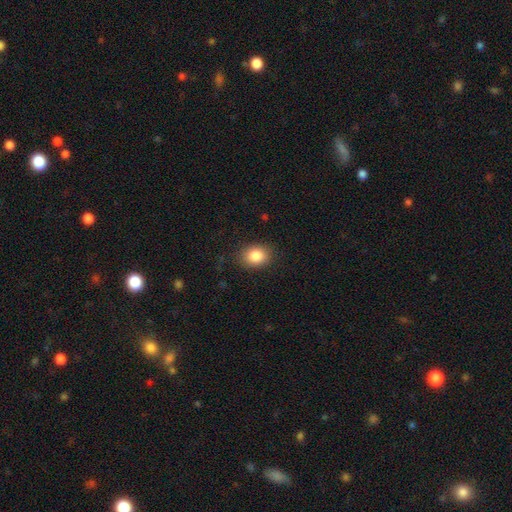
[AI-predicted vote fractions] This is clearly a smooth galaxy (85%). How rounded: possibly in between (55%). Merging: clearly none (86%).